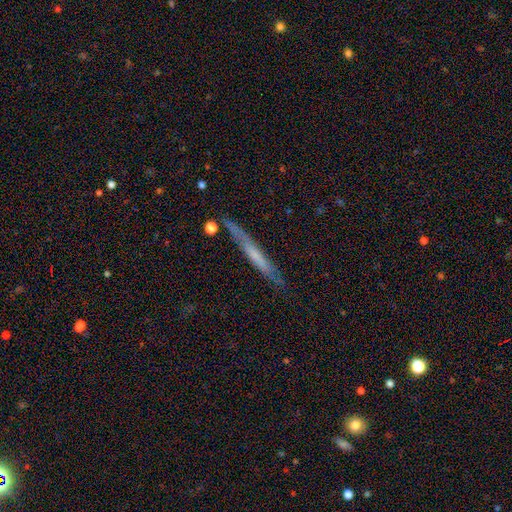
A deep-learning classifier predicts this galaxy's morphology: Smooth or featured? featured or disk (48%)
Merging? none (79%)